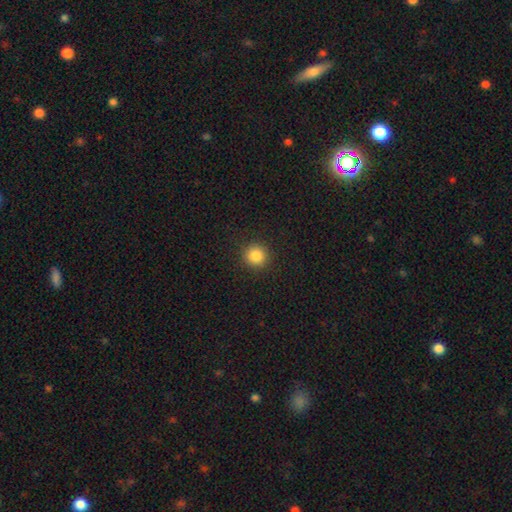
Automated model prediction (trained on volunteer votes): Q: Smooth or featured?
A: smooth (84%); runner-up: star or artifact (11%)
Q: How rounded?
A: round (92%); runner-up: in between (7%)
Q: Merging?
A: none (91%); runner-up: minor disturbance (6%)